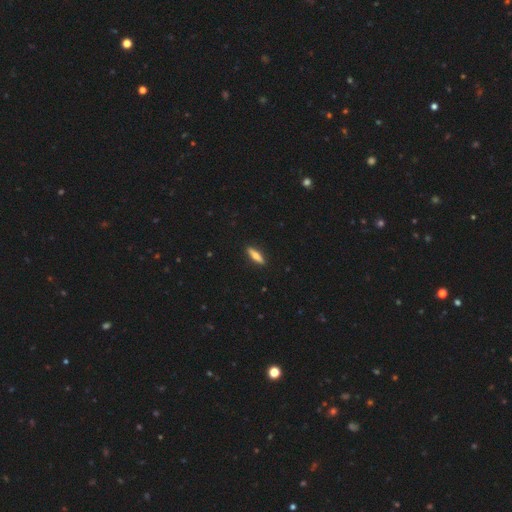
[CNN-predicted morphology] This is possibly a smooth galaxy (59%). How rounded: likely cigar-shaped (73%). Merging: clearly none (91%).